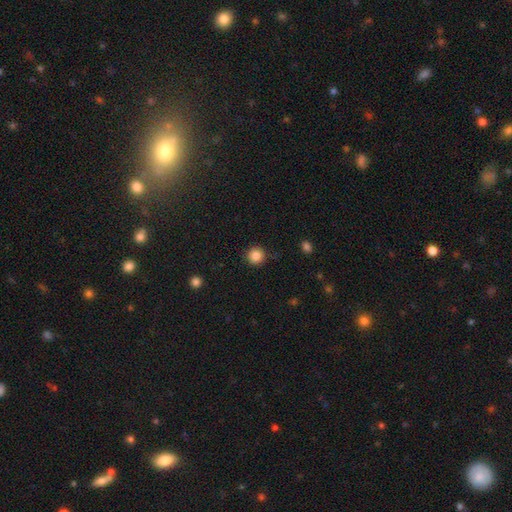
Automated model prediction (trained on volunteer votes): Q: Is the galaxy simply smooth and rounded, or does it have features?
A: smooth — 85%.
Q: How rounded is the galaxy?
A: round — 95%.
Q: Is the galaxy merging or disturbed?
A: none — 89%.